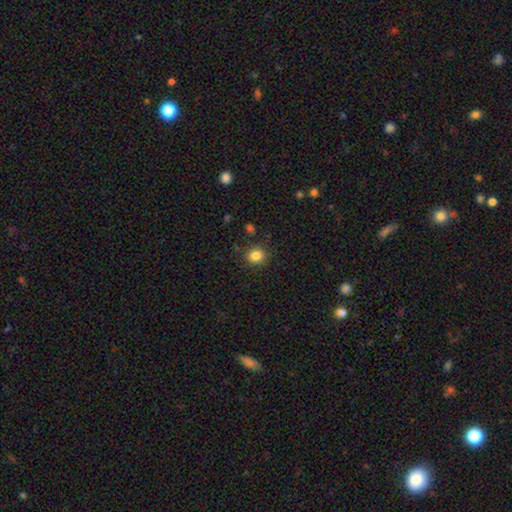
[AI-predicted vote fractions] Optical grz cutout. It shows a smooth galaxy with no disk features (84%) that is round (81%). Merging: none (87%).